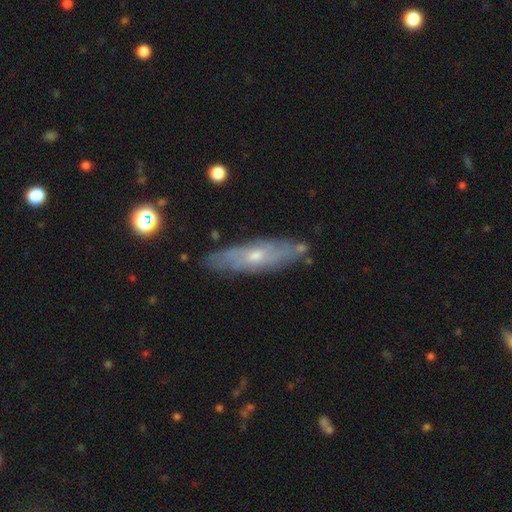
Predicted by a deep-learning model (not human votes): Smooth or featured? featured or disk (62%)
Edge-on disk? no (57%)
Merging? none (78%)